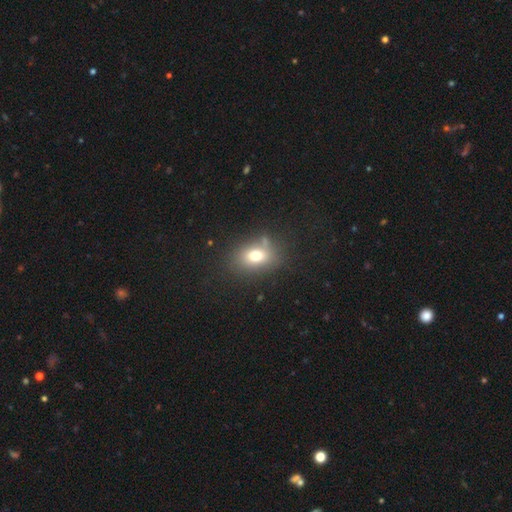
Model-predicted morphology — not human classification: type=smooth (73%); roundness=in between (69%); merging=none (73%).